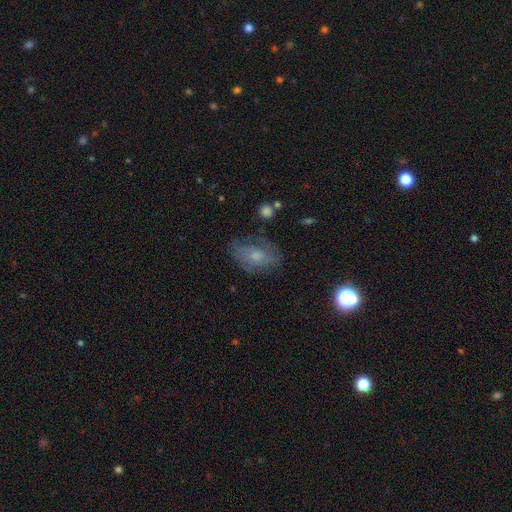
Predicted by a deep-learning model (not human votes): Smooth or featured: smooth — 46% (featured or disk — 43%)
Merging: none — 63% (minor disturbance — 23%)